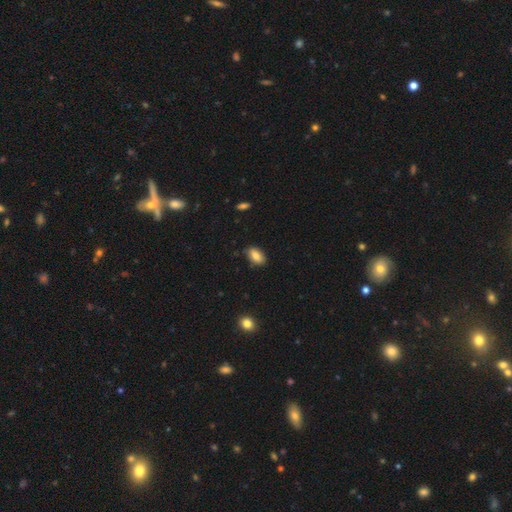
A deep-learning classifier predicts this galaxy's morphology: A smooth galaxy with no disk features (81%) that is in between round and cigar-shaped (90%). Merging: none (83%).